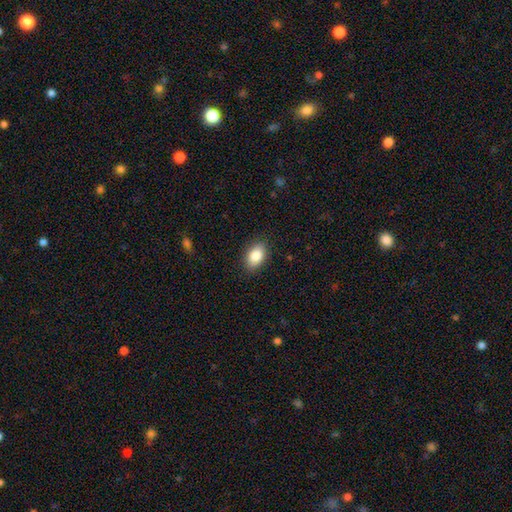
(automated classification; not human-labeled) smooth-or-featured: smooth: 86% | star or artifact: 7% | featured or disk: 6%
  how-rounded: in between: 90% | round: 8% | cigar-shaped: 2%
  merging: none: 88% | minor disturbance: 9% | major disturbance: 2% | merger: 1%